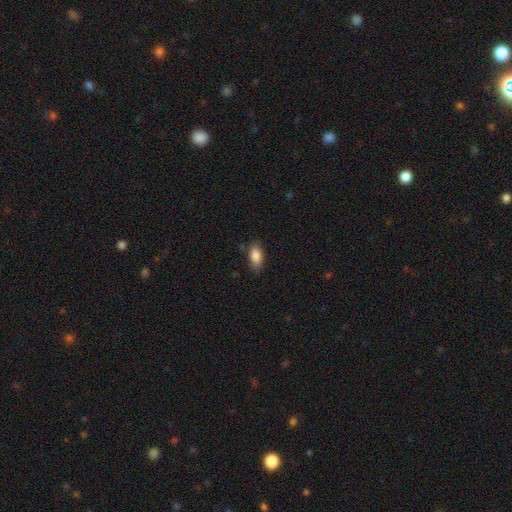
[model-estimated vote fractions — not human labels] A smooth galaxy with no disk features (86%) that is in between round and cigar-shaped (89%). Merging: none (79%).